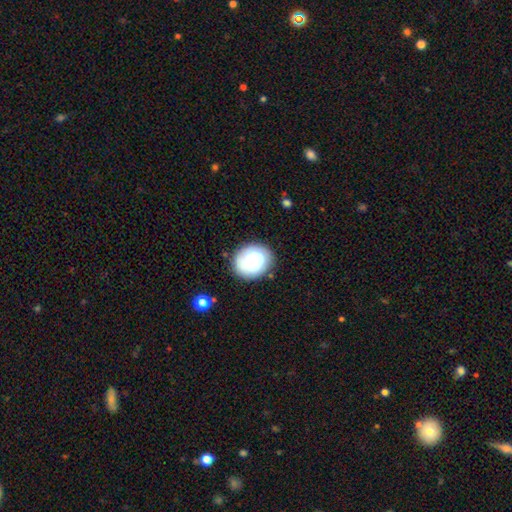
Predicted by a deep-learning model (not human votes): Smooth or featured?
  - smooth: 61% *
  - featured or disk: 32%
  - star or artifact: 7%
How rounded?
  - round: 72% *
  - in between: 27%
  - cigar-shaped: 1%
Merging?
  - none: 83% *
  - minor disturbance: 12%
  - major disturbance: 3%
  - merger: 2%